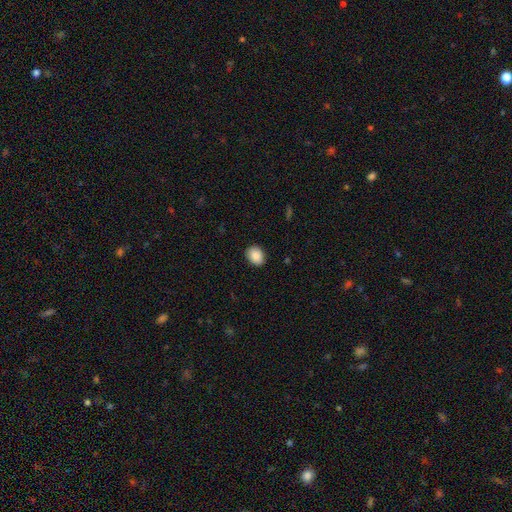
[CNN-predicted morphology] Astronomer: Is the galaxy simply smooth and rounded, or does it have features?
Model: smooth — 89%.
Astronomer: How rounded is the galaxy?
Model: in between — 59% (runner-up: round, 40%).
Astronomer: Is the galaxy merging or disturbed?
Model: none — 88%.